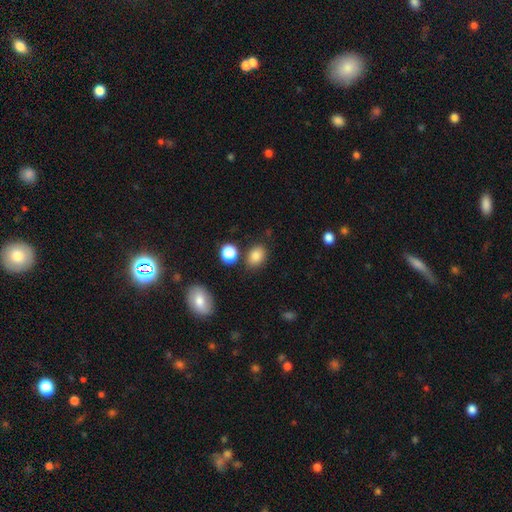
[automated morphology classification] smooth-or-featured: smooth: 84% | star or artifact: 11% | featured or disk: 6%
  how-rounded: in between: 71% | round: 28% | cigar-shaped: 1%
  merging: none: 78% | minor disturbance: 12% | merger: 6% | major disturbance: 3%